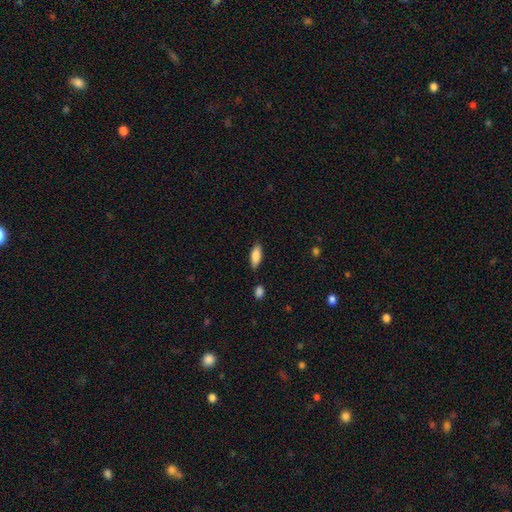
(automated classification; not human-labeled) This is clearly a smooth galaxy (86%). How rounded: likely in between (75%). Merging: clearly none (81%).